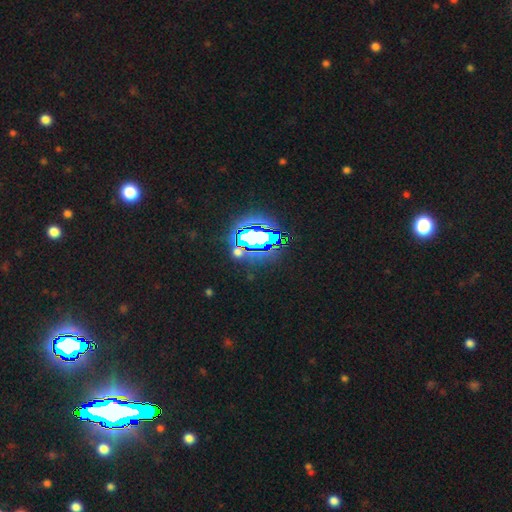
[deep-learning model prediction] Smooth or featured? star or artifact (83%)